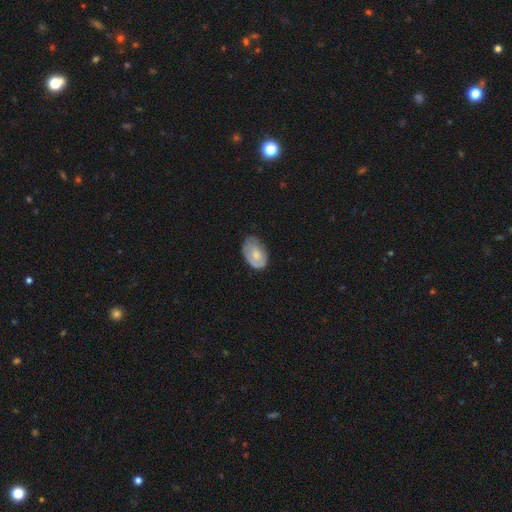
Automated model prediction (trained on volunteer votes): Smooth or featured? smooth (58%)
How rounded? in between (88%)
Merging? none (56%)